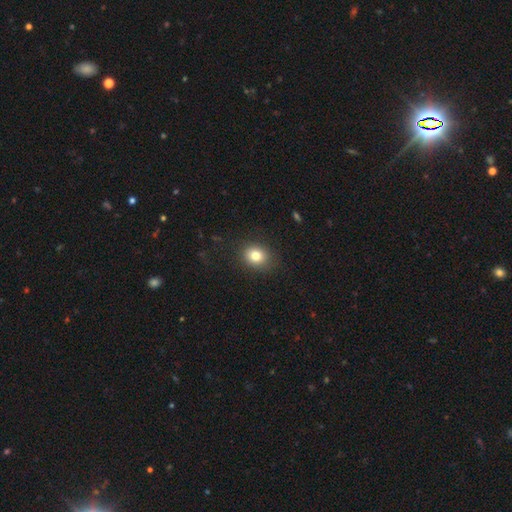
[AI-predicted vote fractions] smooth-or-featured: smooth: 81% | star or artifact: 11% | featured or disk: 8%
  how-rounded: round: 59% | in between: 40% | cigar-shaped: 1%
  merging: none: 87% | minor disturbance: 9% | major disturbance: 3% | merger: 1%